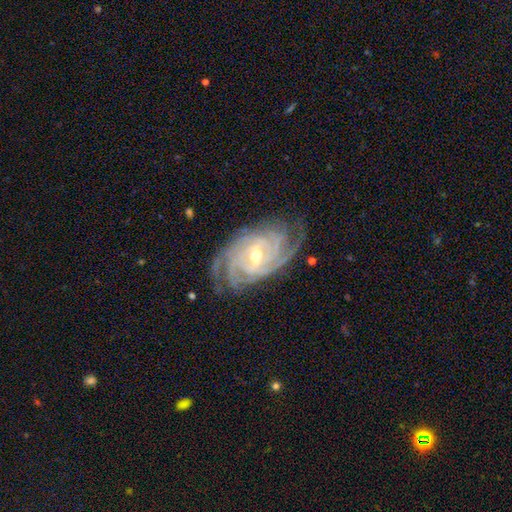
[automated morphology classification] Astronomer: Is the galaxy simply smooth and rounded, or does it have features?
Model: featured or disk — 92%.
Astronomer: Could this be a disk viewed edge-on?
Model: no — 96%.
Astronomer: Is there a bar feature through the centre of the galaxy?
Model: weak — 46% (runner-up: strong, 31%).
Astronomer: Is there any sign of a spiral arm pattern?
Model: yes — 99%.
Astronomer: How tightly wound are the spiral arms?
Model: tight — 77%.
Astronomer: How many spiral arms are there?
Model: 4 — 36% (runner-up: 3, 20%).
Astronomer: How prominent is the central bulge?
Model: small — 52% (runner-up: moderate, 45%).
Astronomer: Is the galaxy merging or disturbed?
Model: none — 78%.